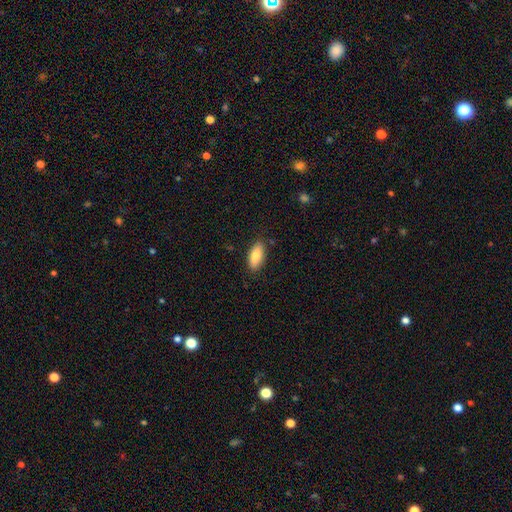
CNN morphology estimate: The model was most divided on "smooth or featured": smooth: 82%, featured or disk: 12%, star or artifact: 7%. More confident: merging — none (86%); how rounded — in between (85%).